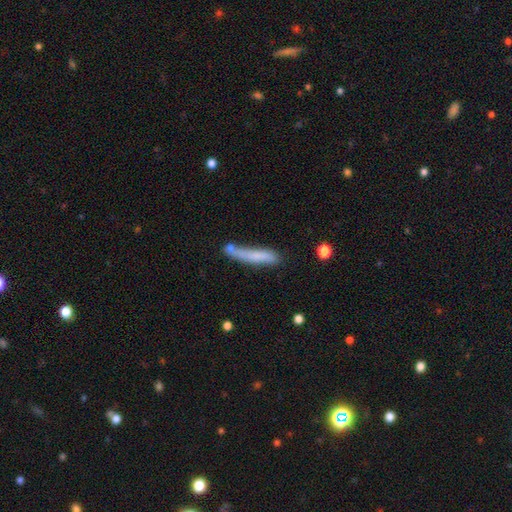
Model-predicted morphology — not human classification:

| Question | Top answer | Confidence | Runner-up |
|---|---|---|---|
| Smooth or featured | smooth | 67% | featured or disk (25%) |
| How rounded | cigar-shaped | 91% | in between (8%) |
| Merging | none | 56% | minor disturbance (23%) |